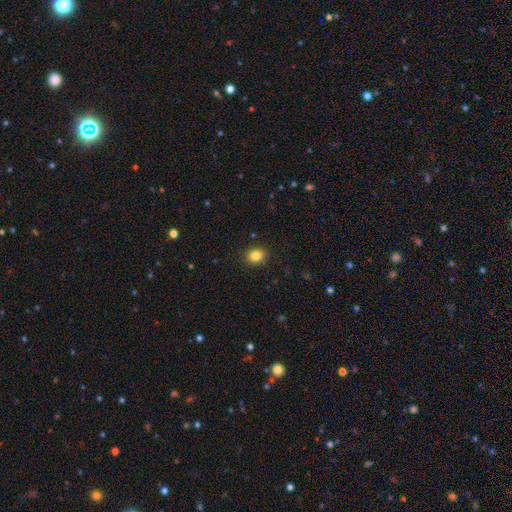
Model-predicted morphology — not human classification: The model was most divided on "how rounded": round: 71%, in between: 28%, cigar-shaped: 1%. More confident: merging — none (90%); smooth or featured — smooth (83%).